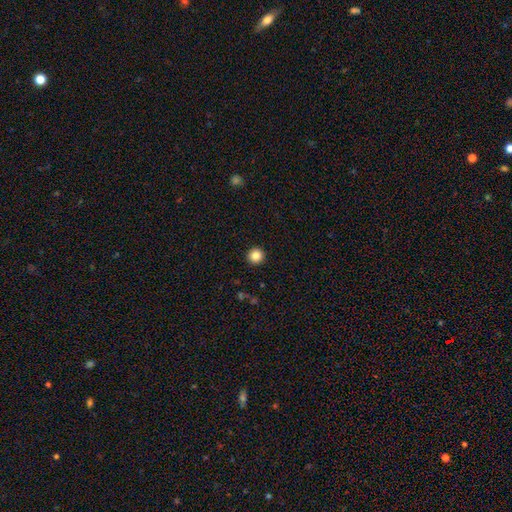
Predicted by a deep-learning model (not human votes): The model was most divided on "smooth or featured": smooth: 84%, star or artifact: 11%, featured or disk: 5%. More confident: how rounded — round (96%); merging — none (93%).